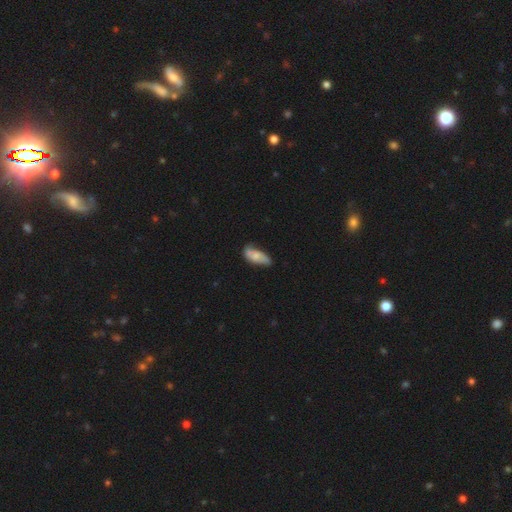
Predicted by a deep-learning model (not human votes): smooth_or_featured: smooth (p=0.60) [alt: featured or disk p=0.32]
how_rounded: in between (p=0.83) [alt: cigar-shaped p=0.14]
merging: none (p=0.48) [alt: minor disturbance p=0.35]